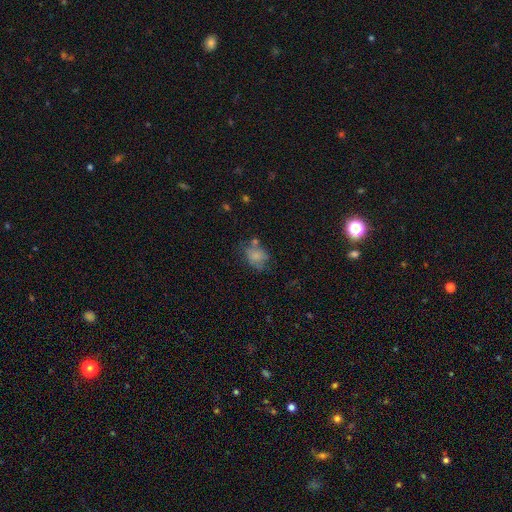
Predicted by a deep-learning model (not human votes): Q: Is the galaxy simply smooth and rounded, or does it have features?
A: smooth — 73%.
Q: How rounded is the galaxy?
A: in between — 53%.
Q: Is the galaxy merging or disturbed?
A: none — 48%.